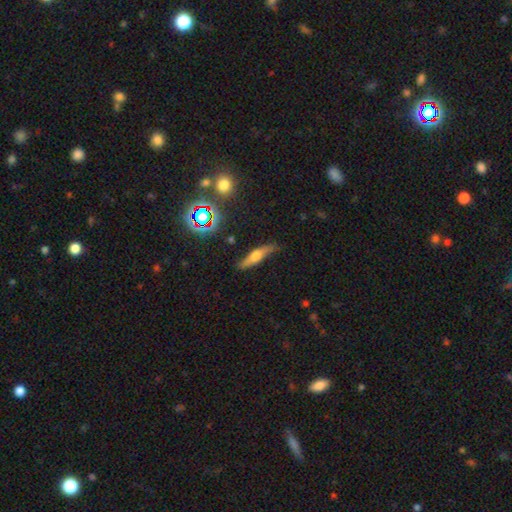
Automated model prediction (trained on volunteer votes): The model was most divided on "smooth or featured": featured or disk: 50%, smooth: 40%, star or artifact: 10%. More confident: merging — none (78%).